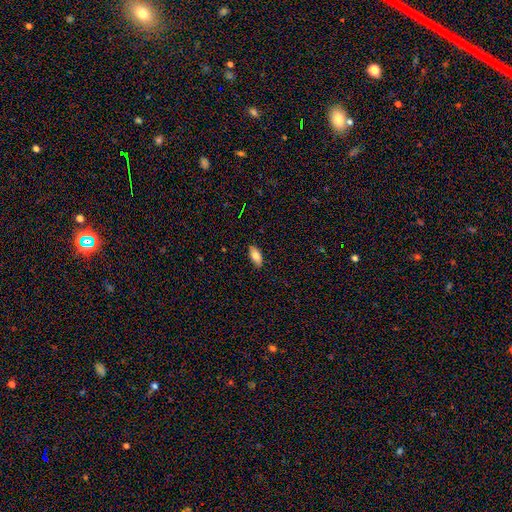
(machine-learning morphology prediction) Smooth or featured? smooth (81%)
How rounded? in between (87%)
Merging? none (87%)